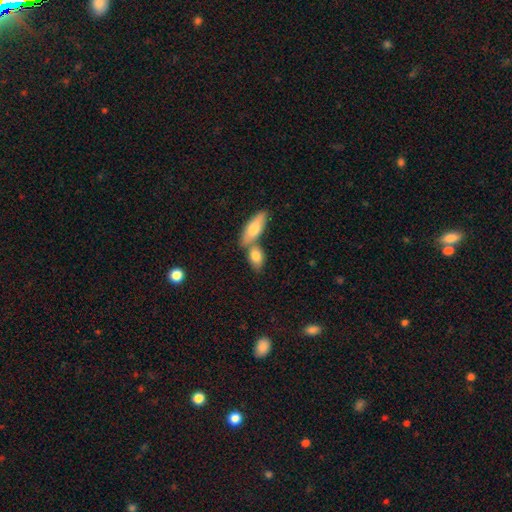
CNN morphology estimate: A smooth galaxy with no disk features (79%) that is in between round and cigar-shaped (81%). Merging: merger (44%).